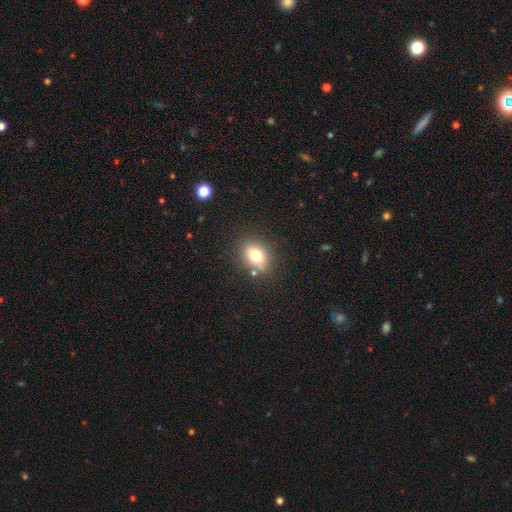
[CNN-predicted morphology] Smooth or featured: smooth — 75% (featured or disk — 13%)
How rounded: in between — 56% (round — 43%)
Merging: none — 77% (minor disturbance — 14%)